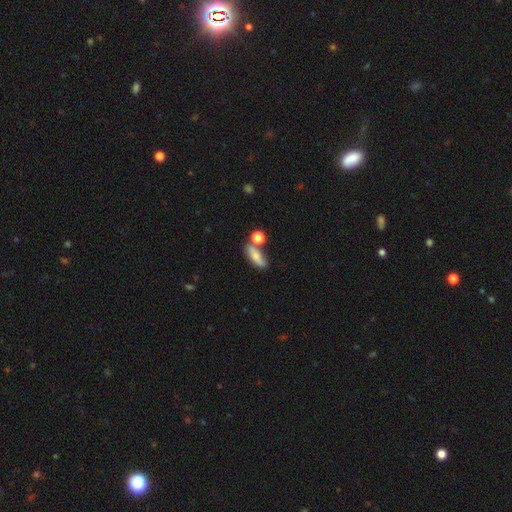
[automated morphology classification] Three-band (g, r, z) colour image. It shows a smooth galaxy with no disk features (64%) that is in between round and cigar-shaped (61%). Merging: none (58%).